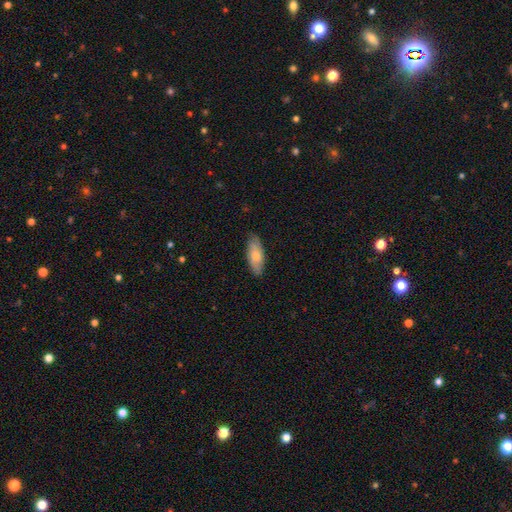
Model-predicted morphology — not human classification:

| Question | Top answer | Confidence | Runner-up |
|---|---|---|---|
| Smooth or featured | smooth | 66% | featured or disk (28%) |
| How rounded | in between | 78% | cigar-shaped (20%) |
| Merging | none | 85% | minor disturbance (12%) |